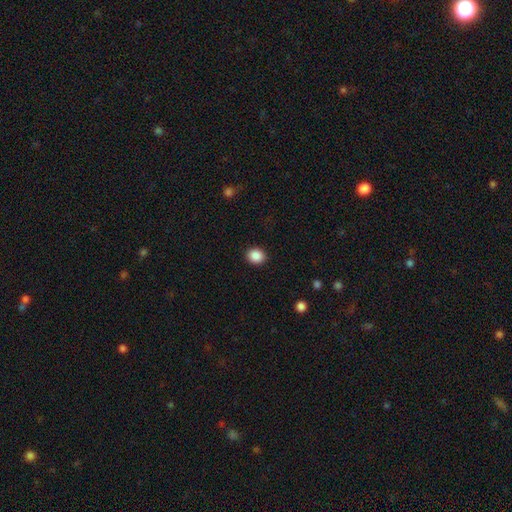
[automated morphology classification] smooth 88%, star or artifact 9%, featured or disk 3%. Down the decision tree: how rounded — round (68%); merging — none (91%).